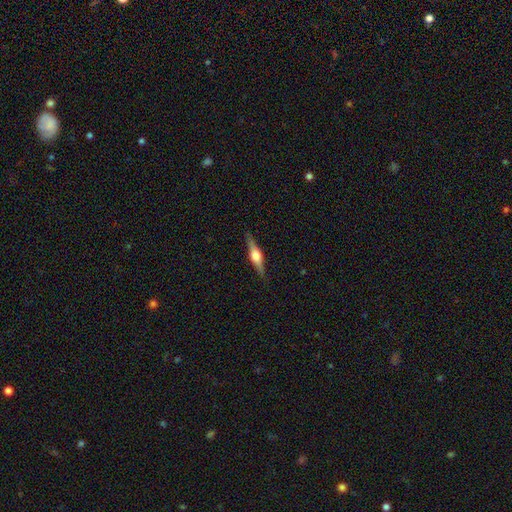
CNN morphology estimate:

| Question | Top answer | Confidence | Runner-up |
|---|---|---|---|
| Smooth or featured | featured or disk | 73% | smooth (20%) |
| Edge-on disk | yes | 98% | no (2%) |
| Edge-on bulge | rounded | 91% | boxy (7%) |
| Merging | none | 89% | minor disturbance (8%) |